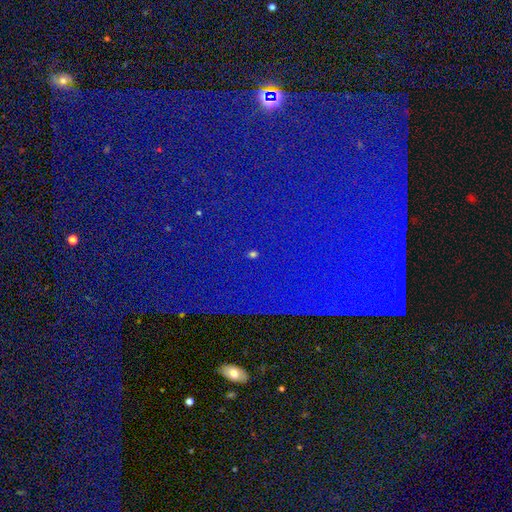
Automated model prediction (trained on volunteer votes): star or artifact 86%, featured or disk 7%, smooth 7%.